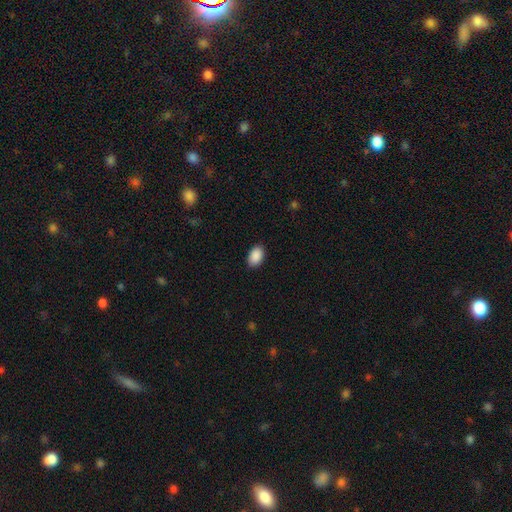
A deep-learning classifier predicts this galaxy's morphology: smooth 90%, star or artifact 7%, featured or disk 3%. Down the decision tree: how rounded — in between (89%); merging — none (88%).